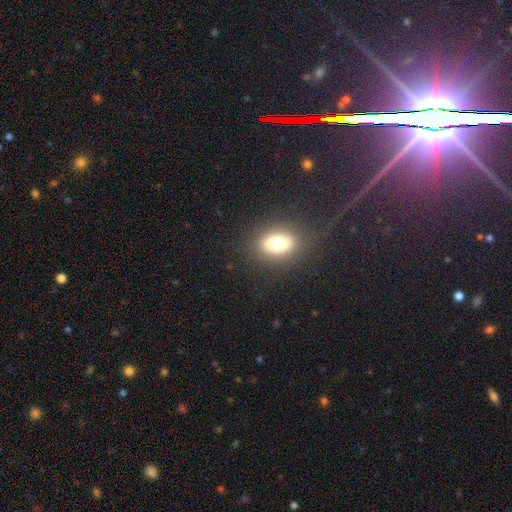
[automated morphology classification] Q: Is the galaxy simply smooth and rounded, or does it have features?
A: smooth — 49%.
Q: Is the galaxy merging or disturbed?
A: none — 87%.